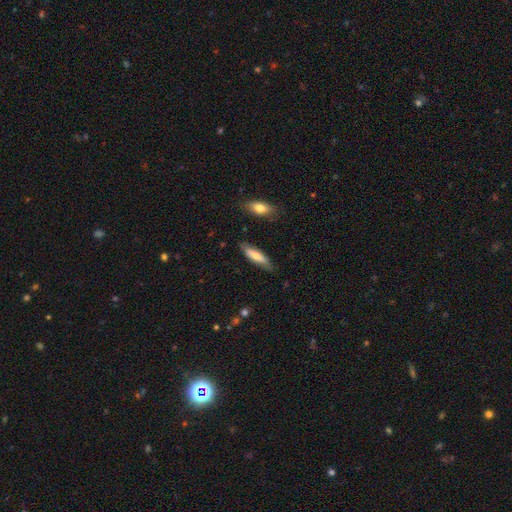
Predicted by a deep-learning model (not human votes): smooth-or-featured: smooth: 69% | featured or disk: 25% | star or artifact: 6%
  how-rounded: cigar-shaped: 58% | in between: 41% | round: 2%
  merging: none: 78% | minor disturbance: 16% | major disturbance: 3% | merger: 2%